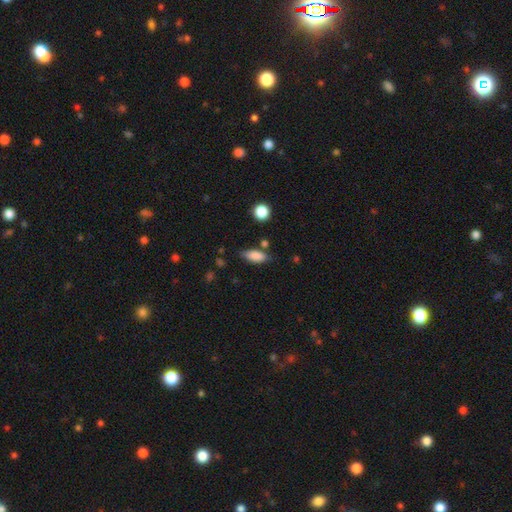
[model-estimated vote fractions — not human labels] Morphology: type=smooth (84%); roundness=in between (78%); merging=none (73%).